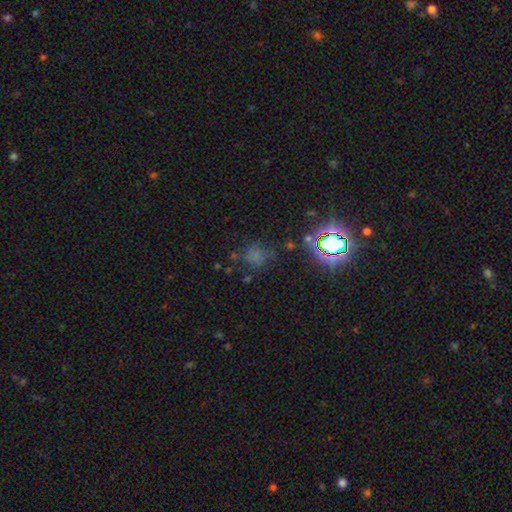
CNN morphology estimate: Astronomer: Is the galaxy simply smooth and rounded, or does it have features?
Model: smooth — 51% (runner-up: star or artifact, 37%).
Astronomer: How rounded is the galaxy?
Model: round — 79%.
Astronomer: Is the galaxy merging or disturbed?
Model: none — 65%.